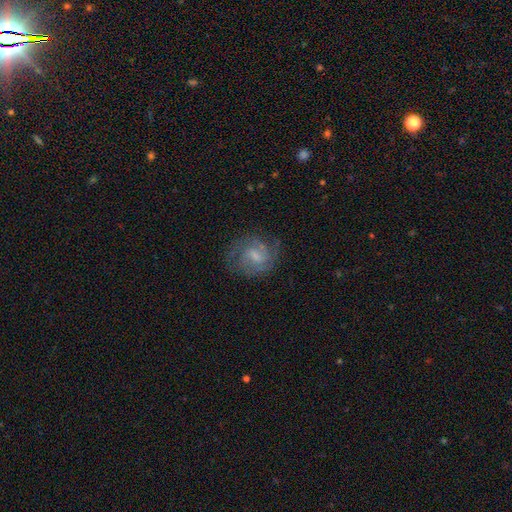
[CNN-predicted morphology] smooth-or-featured: featured or disk: 68% | smooth: 25% | star or artifact: 8%
  disk-edge-on: no: 97% | yes: 3%
    bar: weak: 59% | no: 28% | strong: 13%
    has-spiral-arms: yes: 87% | no: 13%
      spiral-winding: medium: 44% | tight: 40% | loose: 16%
      spiral-arm-count: 2: 43% | can't tell: 29% | 3: 15% | 1: 5% | 4: 4% | more than 4: 3%
    bulge-size: small: 40% | moderate: 32% | none: 22% | large: 4% | dominant: 1%
  merging: none: 67% | minor disturbance: 20% | major disturbance: 12% | merger: 1%